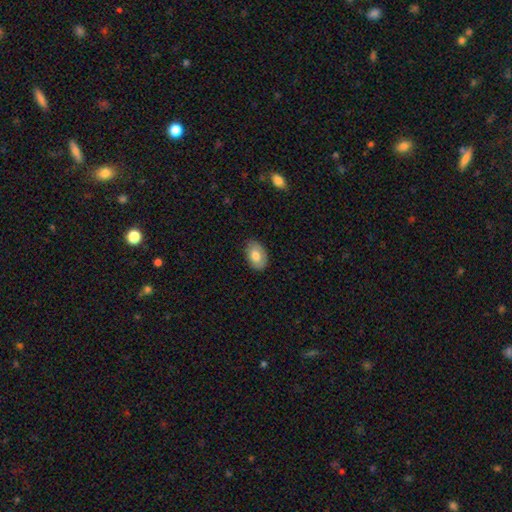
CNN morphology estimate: Q: Smooth or featured?
A: smooth (78%); runner-up: featured or disk (16%)
Q: How rounded?
A: in between (90%); runner-up: round (9%)
Q: Merging?
A: none (83%); runner-up: minor disturbance (14%)